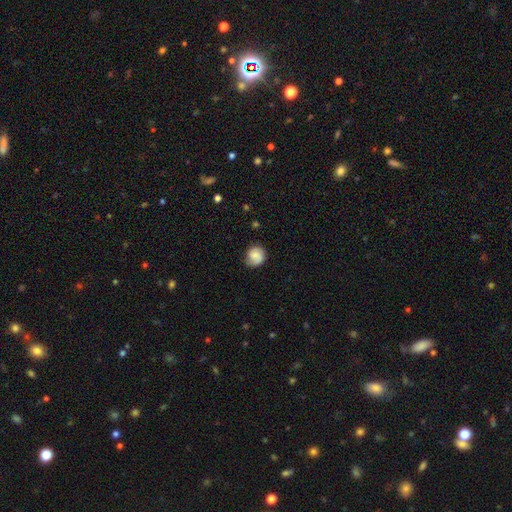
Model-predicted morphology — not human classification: Q: Smooth or featured?
A: smooth (67%); runner-up: featured or disk (25%)
Q: How rounded?
A: round (82%); runner-up: in between (17%)
Q: Merging?
A: none (71%); runner-up: minor disturbance (22%)